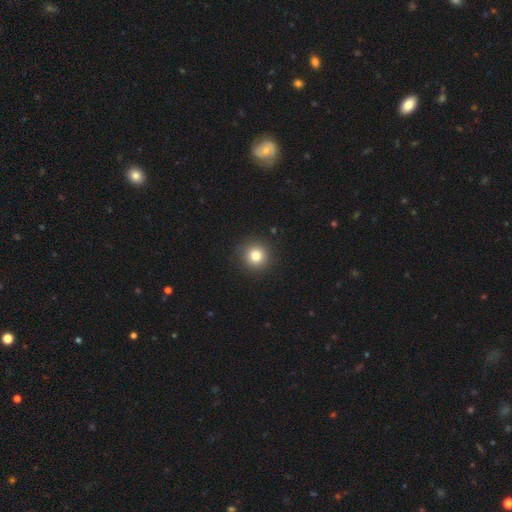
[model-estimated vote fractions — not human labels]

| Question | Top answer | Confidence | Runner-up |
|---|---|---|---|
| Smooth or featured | smooth | 81% | star or artifact (12%) |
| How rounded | round | 95% | in between (4%) |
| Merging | none | 92% | minor disturbance (5%) |